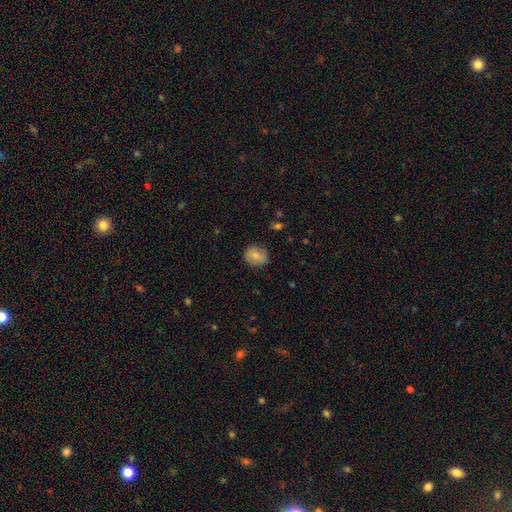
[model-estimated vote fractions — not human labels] smooth-or-featured: smooth: 75% | featured or disk: 17% | star or artifact: 8%
  how-rounded: round: 73% | in between: 26% | cigar-shaped: 1%
  merging: none: 85% | minor disturbance: 11% | major disturbance: 3% | merger: 1%